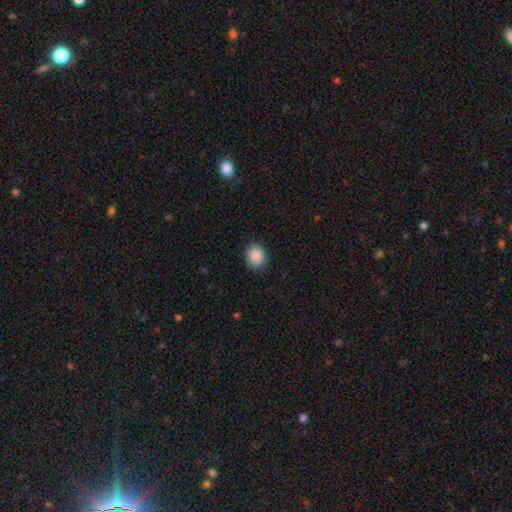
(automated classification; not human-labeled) Smooth or featured: smooth — 89% (star or artifact — 8%)
How rounded: round — 57% (in between — 42%)
Merging: none — 88% (minor disturbance — 9%)